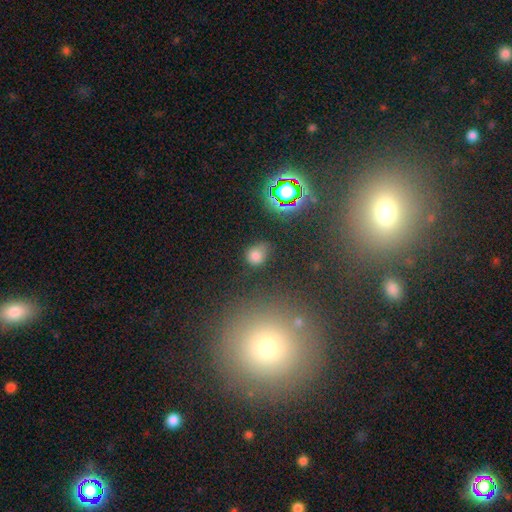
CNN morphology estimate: Overall: smooth (73%). How rounded: round (66%; in between 32%). Merging: none (68%).